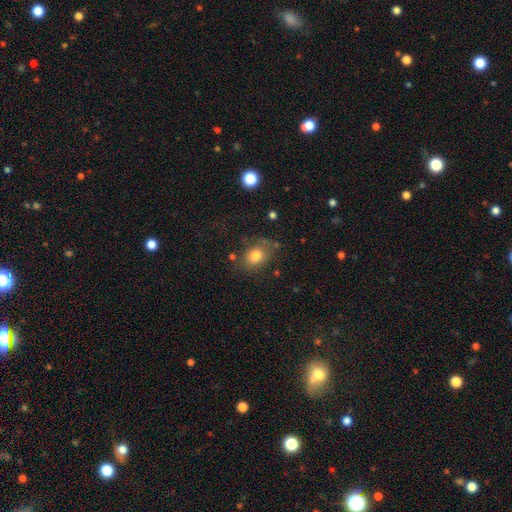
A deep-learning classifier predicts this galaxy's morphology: A smooth galaxy with no disk features (78%) that is in between round and cigar-shaped (60%). Merging: none (68%).